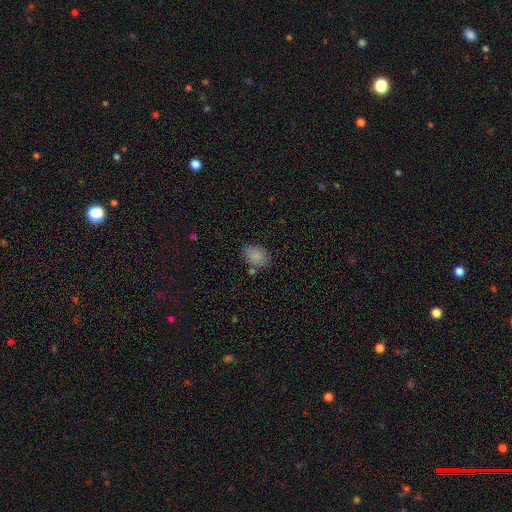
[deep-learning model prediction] A smooth galaxy with no disk features (84%) that is in between round and cigar-shaped (77%). Merging: none (72%).